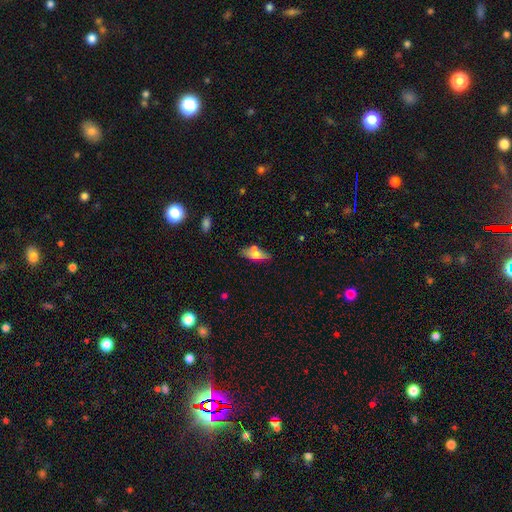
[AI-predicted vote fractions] Smooth or featured? Predicted: smooth (p=0.58). How rounded? Predicted: in between (p=0.63). Merging? Predicted: none (p=0.60).